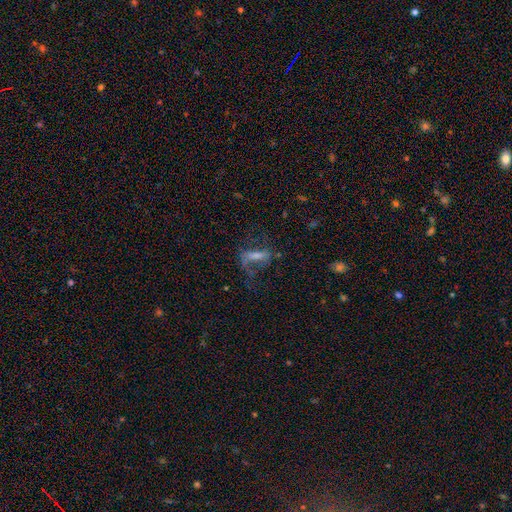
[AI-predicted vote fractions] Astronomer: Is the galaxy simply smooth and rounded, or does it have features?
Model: featured or disk — 52% (runner-up: smooth, 29%).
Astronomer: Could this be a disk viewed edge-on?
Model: no — 78%.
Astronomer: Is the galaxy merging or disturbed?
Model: none — 42% (runner-up: major disturbance, 37%).